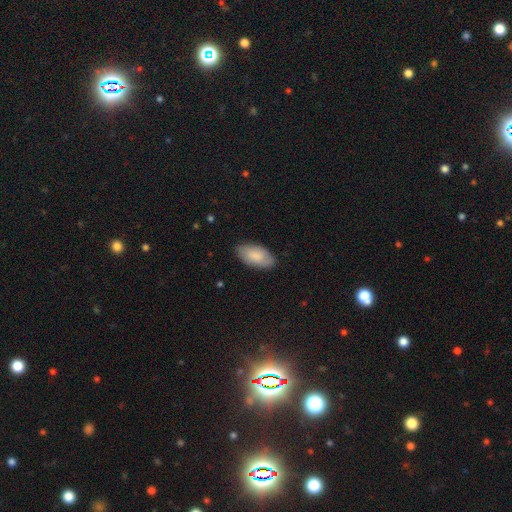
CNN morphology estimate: Q: Smooth or featured?
A: smooth (79%); runner-up: featured or disk (15%)
Q: How rounded?
A: in between (95%); runner-up: cigar-shaped (3%)
Q: Merging?
A: none (81%); runner-up: minor disturbance (15%)